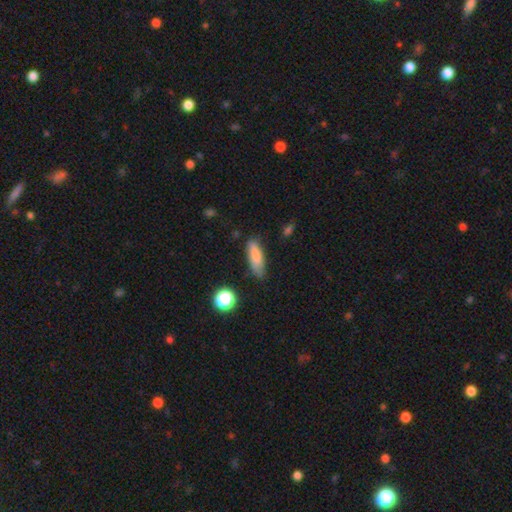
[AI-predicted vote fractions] The model was most divided on "how rounded": in between: 52%, cigar-shaped: 45%, round: 3%. More confident: smooth or featured — smooth (80%); merging — none (71%).